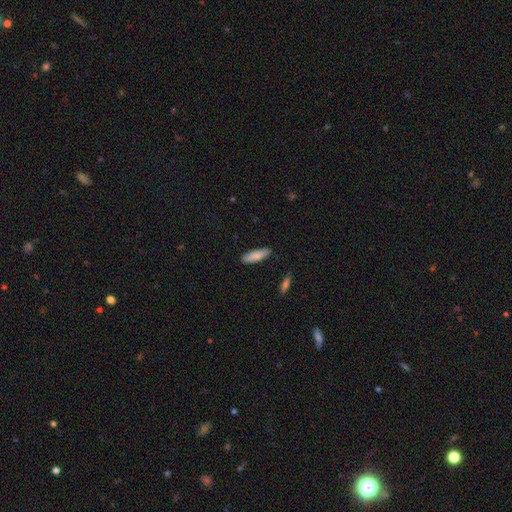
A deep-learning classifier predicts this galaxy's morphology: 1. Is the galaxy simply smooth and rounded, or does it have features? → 85% smooth, 10% featured or disk, 6% star or artifact.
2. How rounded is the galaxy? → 57% cigar-shaped, 41% in between, 2% round.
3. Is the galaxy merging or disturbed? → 86% none, 11% minor disturbance, 2% major disturbance, 2% merger.